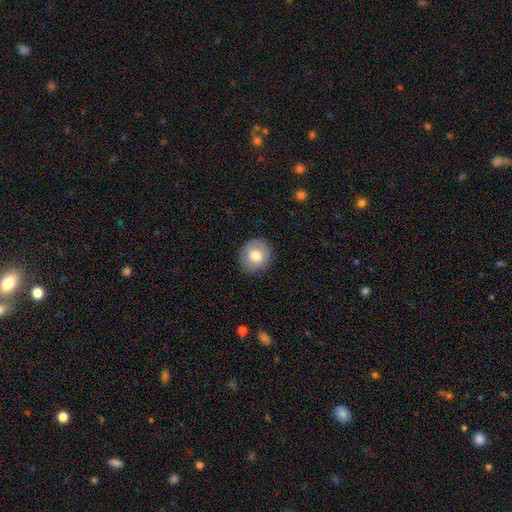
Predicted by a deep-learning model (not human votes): smooth 76%, featured or disk 16%, star or artifact 8%. Down the decision tree: how rounded — round (87%); merging — none (87%).